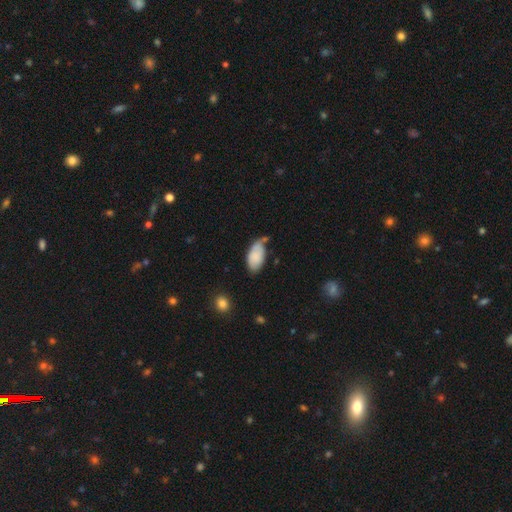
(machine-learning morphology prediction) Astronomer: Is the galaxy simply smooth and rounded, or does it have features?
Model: smooth — 80%.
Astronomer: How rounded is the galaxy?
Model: in between — 94%.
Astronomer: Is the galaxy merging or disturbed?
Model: none — 44% (runner-up: minor disturbance, 37%).